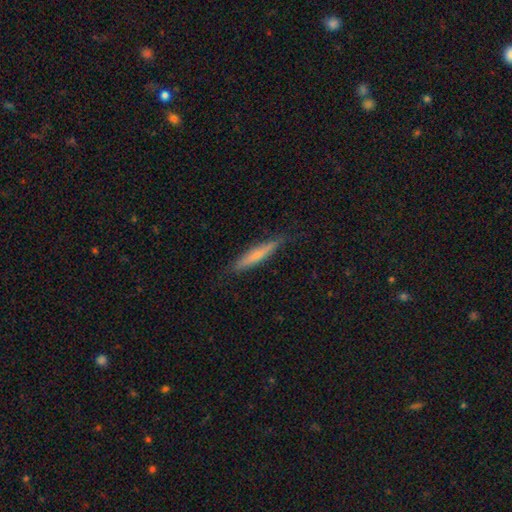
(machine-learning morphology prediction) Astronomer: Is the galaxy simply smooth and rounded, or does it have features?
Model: smooth — 59% (runner-up: featured or disk, 35%).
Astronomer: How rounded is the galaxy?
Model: cigar-shaped — 92%.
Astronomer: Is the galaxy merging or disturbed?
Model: none — 84%.